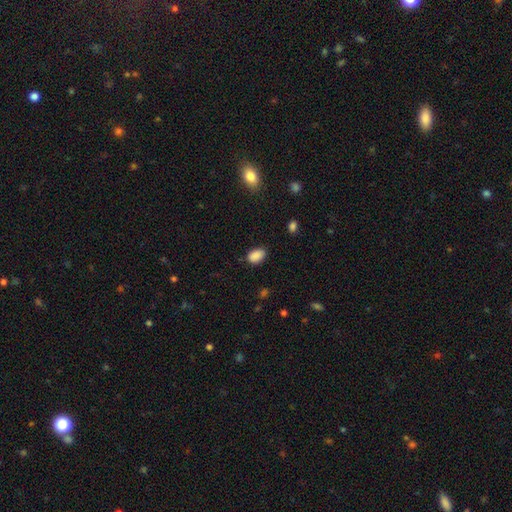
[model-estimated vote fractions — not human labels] Q: Smooth or featured?
A: smooth (89%); runner-up: star or artifact (8%)
Q: How rounded?
A: in between (89%); runner-up: round (10%)
Q: Merging?
A: none (81%); runner-up: minor disturbance (14%)